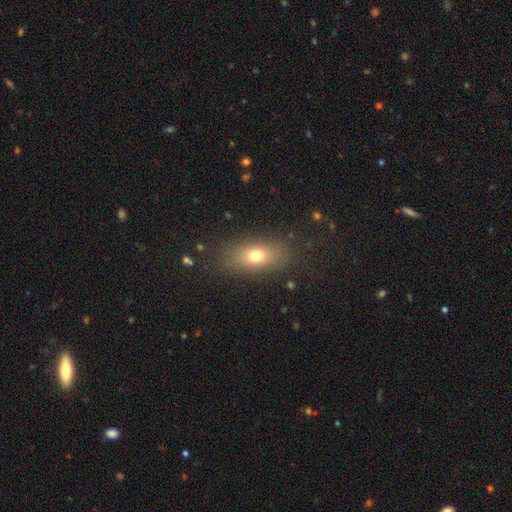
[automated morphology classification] Q: Smooth or featured?
A: smooth (72%); runner-up: featured or disk (16%)
Q: How rounded?
A: in between (77%); runner-up: round (15%)
Q: Merging?
A: none (83%); runner-up: minor disturbance (10%)